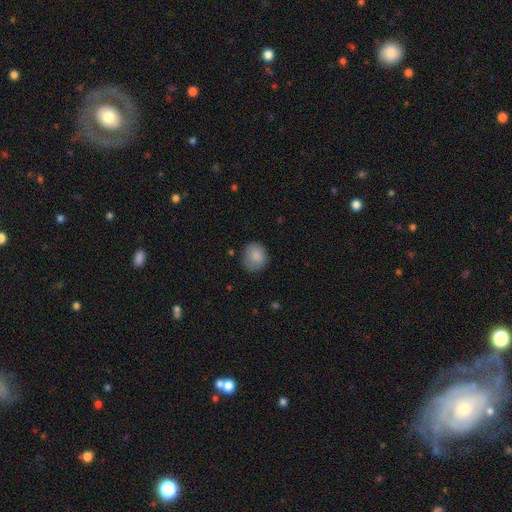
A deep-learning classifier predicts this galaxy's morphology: This appears to be a smooth galaxy with no disk features (86%) that is round (75%). Merging: none (75%).